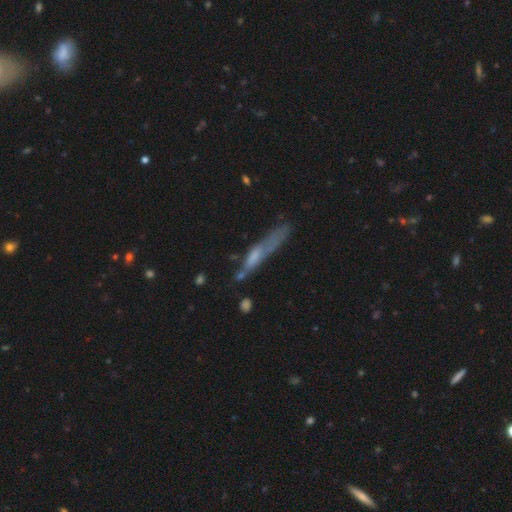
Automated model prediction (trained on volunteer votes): This is possibly a smooth galaxy (48%). Merging: marginally none (41%).